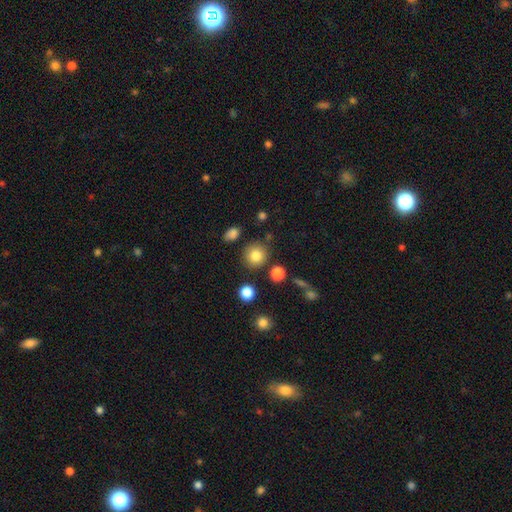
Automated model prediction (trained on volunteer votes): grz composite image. It shows a smooth galaxy with no disk features (82%) that is round (90%). Merging: none (84%).